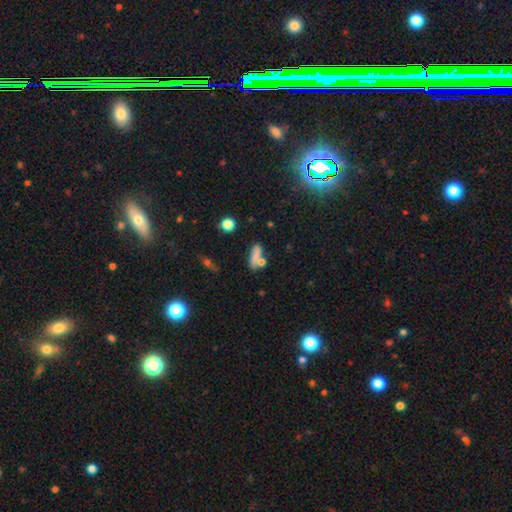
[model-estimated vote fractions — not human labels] This appears to be a smooth galaxy with no disk features (72%) that is in between round and cigar-shaped (58%). Merging: none (52%).